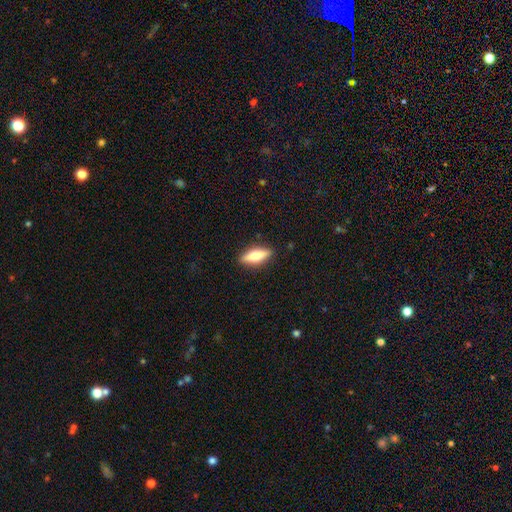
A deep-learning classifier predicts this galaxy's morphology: smooth-or-featured: smooth: 65% | featured or disk: 29% | star or artifact: 6%
  how-rounded: in between: 50% | cigar-shaped: 48% | round: 3%
  merging: none: 88% | minor disturbance: 9% | major disturbance: 2% | merger: 1%